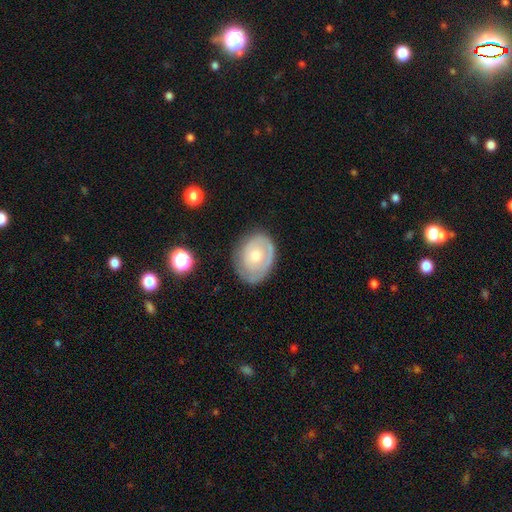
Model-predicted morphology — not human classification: This appears to be a featured or disk galaxy (53%) with no bar (84%), spiral arms (60%) and a moderate central bulge (51%). Merging: none (69%).